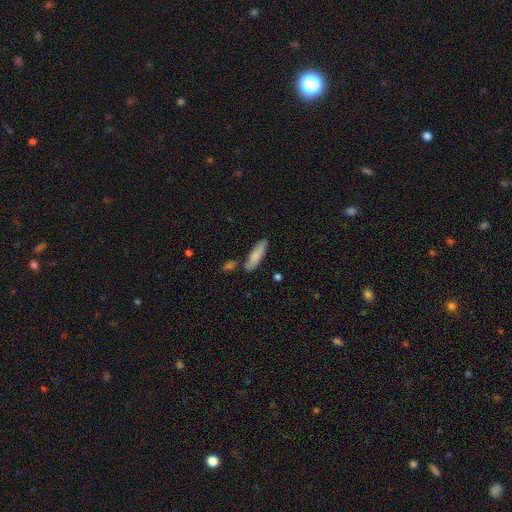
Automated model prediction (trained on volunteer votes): Smooth or featured? Predicted: smooth (p=0.81). How rounded? Predicted: cigar-shaped (p=0.65). Merging? Predicted: none (p=0.74).